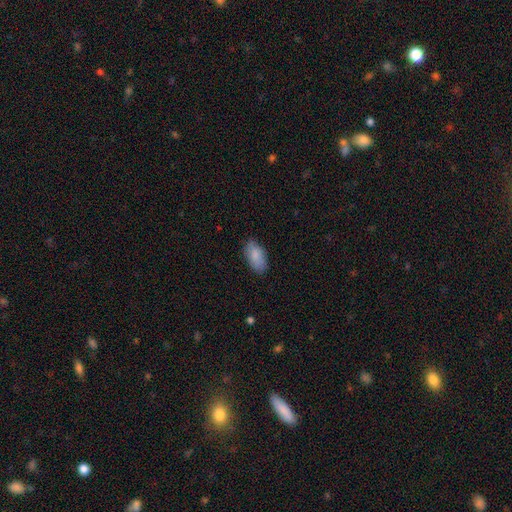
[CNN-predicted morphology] Smooth or featured? smooth (86%)
How rounded? in between (94%)
Merging? none (83%)